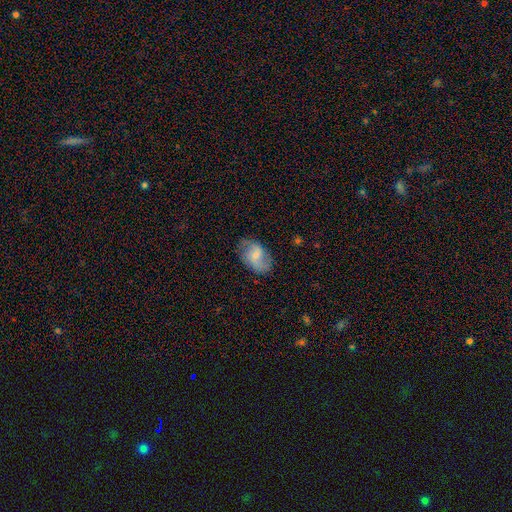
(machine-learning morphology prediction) Overall: featured or disk (63%; smooth 30%). Edge-on disk: no (97%). Bar: weak (46%; no 45%). Spiral arms: yes (90%). Spiral arm count: 2 (83%). Spiral winding: loose (45%; medium 41%). Bulge size: small (59%; moderate 30%). Merging: none (74%).